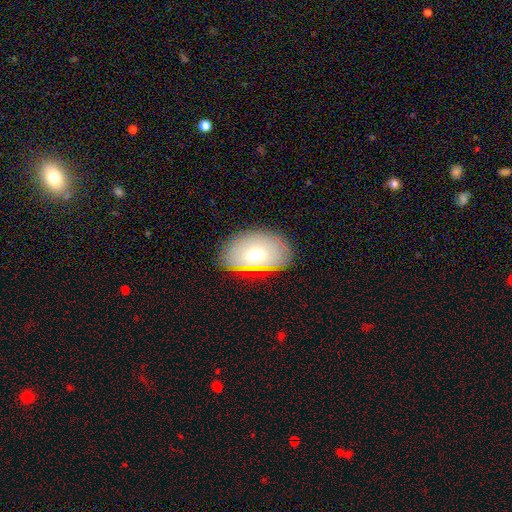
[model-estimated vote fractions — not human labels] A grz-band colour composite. It shows a smooth galaxy with no disk features (59%) that is in between round and cigar-shaped (86%). Merging: none (83%).